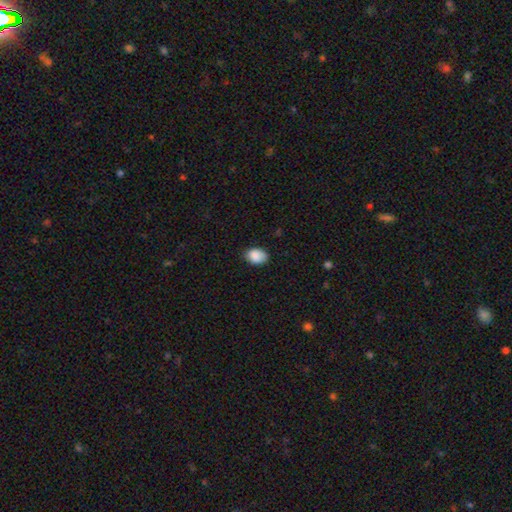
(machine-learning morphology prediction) A smooth galaxy with no disk features (88%) that is in between round and cigar-shaped (75%).

Vote fractions:
- Smooth or featured? smooth: 88% / star or artifact: 8% / featured or disk: 4%
- How rounded? in between: 75% / round: 24% / cigar-shaped: 1%
- Merging? none: 78% / minor disturbance: 18% / major disturbance: 3% / merger: 1%